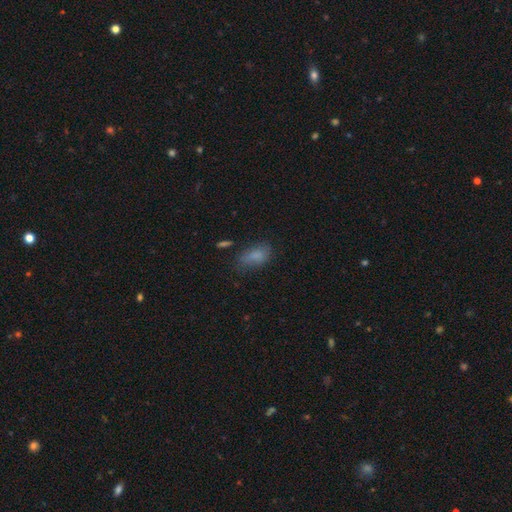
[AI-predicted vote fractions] Smooth or featured?
  - smooth: 78% *
  - featured or disk: 11%
  - star or artifact: 11%
How rounded?
  - in between: 88% *
  - round: 7%
  - cigar-shaped: 5%
Merging?
  - none: 54% *
  - minor disturbance: 29%
  - major disturbance: 12%
  - merger: 5%